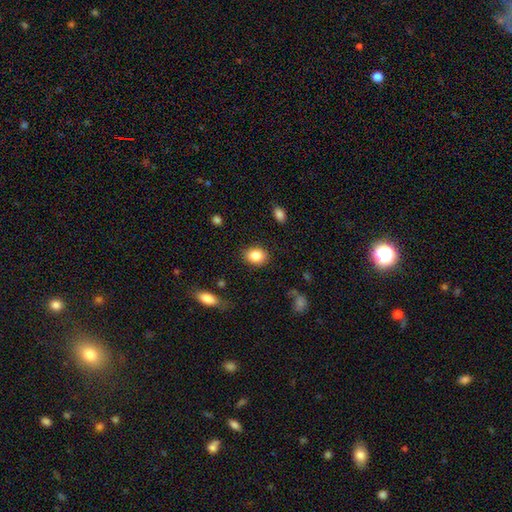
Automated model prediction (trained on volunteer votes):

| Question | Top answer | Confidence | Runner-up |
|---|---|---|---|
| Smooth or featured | smooth | 86% | star or artifact (8%) |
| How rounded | in between | 57% | round (42%) |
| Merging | none | 86% | minor disturbance (10%) |